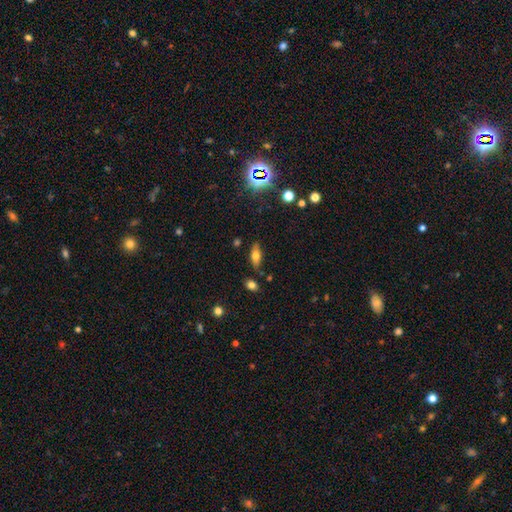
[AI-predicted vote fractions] Smooth or featured? Predicted: smooth (p=0.67). How rounded? Predicted: in between (p=0.79). Merging? Predicted: none (p=0.76).